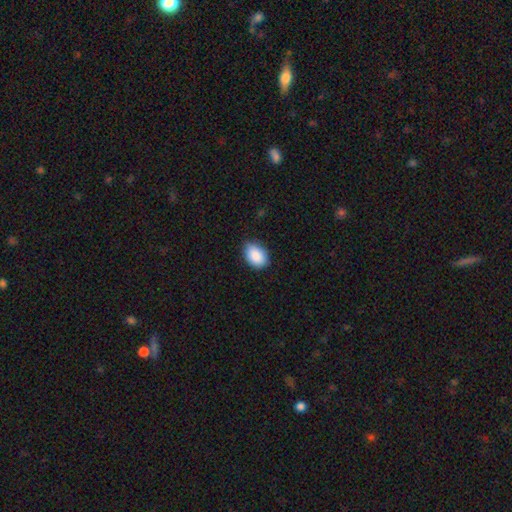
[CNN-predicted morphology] Smooth or featured: smooth — 89% (star or artifact — 7%)
How rounded: in between — 85% (round — 14%)
Merging: none — 80% (minor disturbance — 17%)